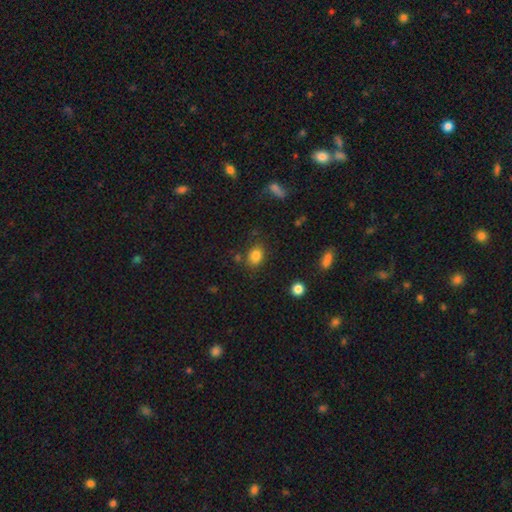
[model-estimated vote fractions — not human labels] smooth_or_featured: smooth (p=0.83) [alt: star or artifact p=0.11]
how_rounded: in between (p=0.54) [alt: round p=0.45]
merging: none (p=0.77) [alt: minor disturbance p=0.13]